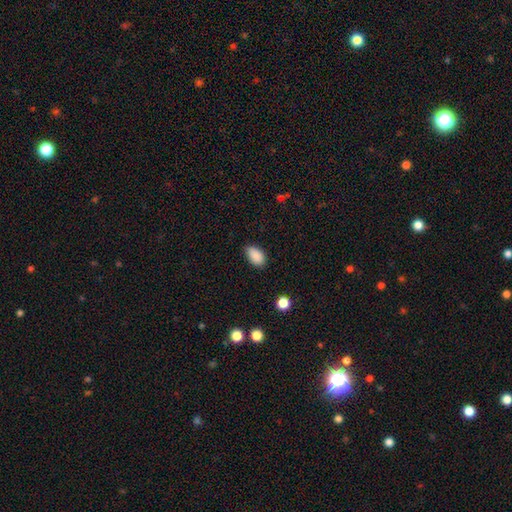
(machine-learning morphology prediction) Smooth or featured? Predicted: smooth (p=0.89). How rounded? Predicted: in between (p=0.92). Merging? Predicted: none (p=0.77).